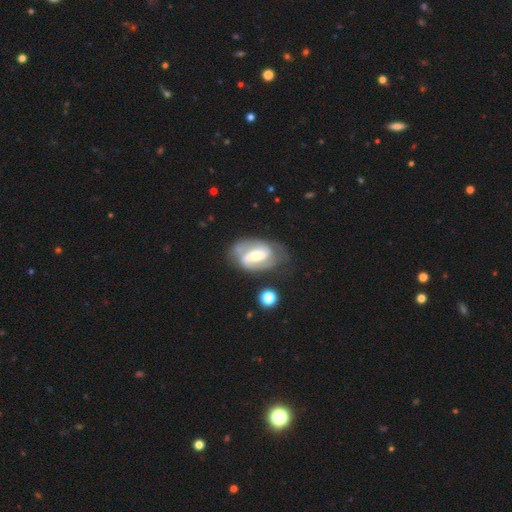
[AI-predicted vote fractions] Smooth or featured? featured or disk (81%)
Edge-on disk? no (96%)
Bar? strong (40%)
Spiral arms? yes (91%)
Spiral winding? medium (44%)
Spiral arm count? 2 (81%)
Bulge size? moderate (51%)
Merging? none (64%)